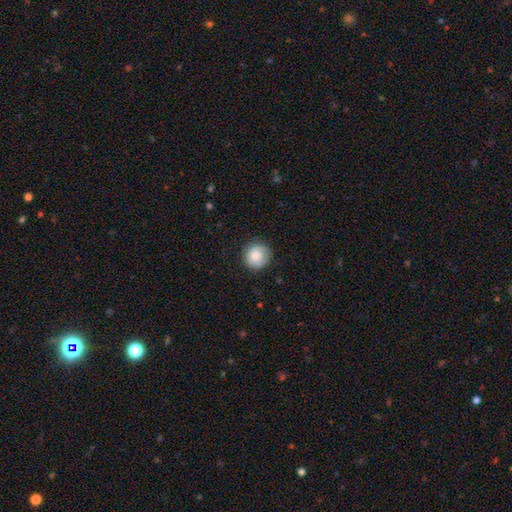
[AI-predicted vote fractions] smooth-or-featured: smooth: 83% | featured or disk: 10% | star or artifact: 8%
  how-rounded: round: 92% | in between: 7% | cigar-shaped: 1%
  merging: none: 81% | minor disturbance: 14% | major disturbance: 3% | merger: 1%